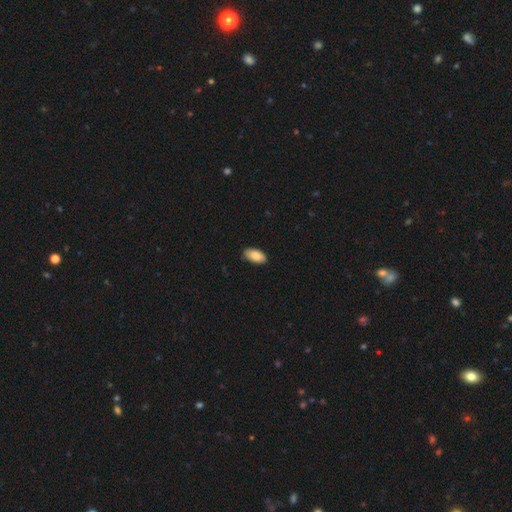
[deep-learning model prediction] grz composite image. It shows a smooth galaxy with no disk features (87%) that is in between round and cigar-shaped (94%). Merging: none (83%).